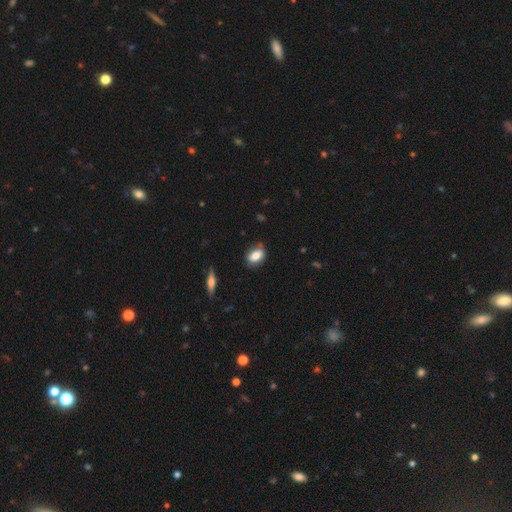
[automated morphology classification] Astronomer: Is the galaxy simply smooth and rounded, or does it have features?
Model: smooth — 77%.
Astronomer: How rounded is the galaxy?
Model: in between — 84%.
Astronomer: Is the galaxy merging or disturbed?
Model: none — 73%.